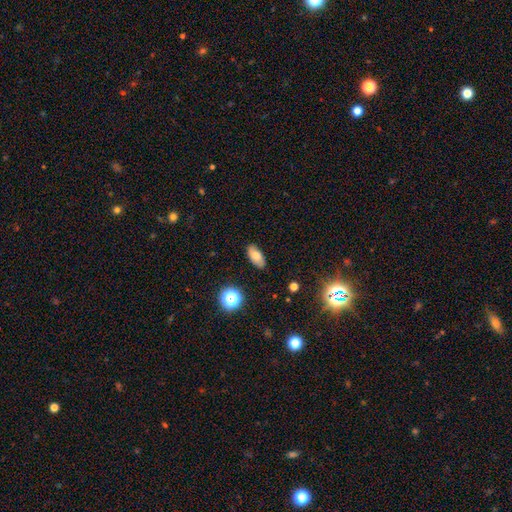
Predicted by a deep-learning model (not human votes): Overall: smooth (75%). How rounded: in between (89%). Merging: none (85%).